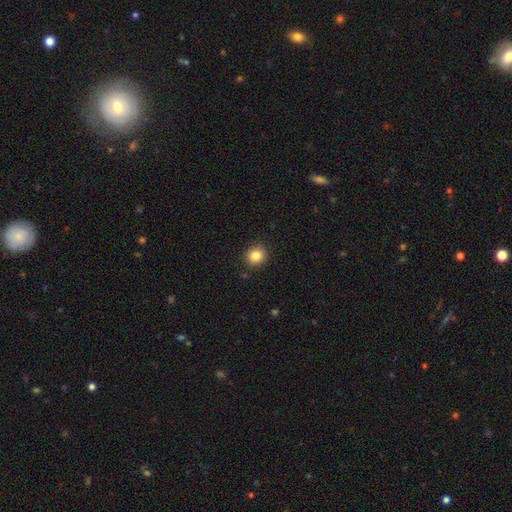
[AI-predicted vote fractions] This appears to be a smooth galaxy with no disk features (83%) that is round (86%). Merging: none (89%).